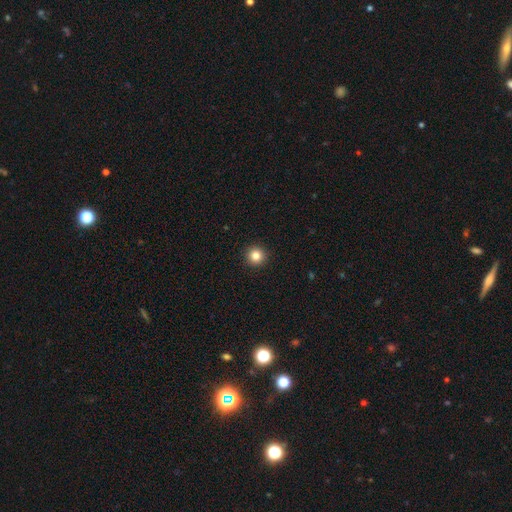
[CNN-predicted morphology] This is clearly a smooth galaxy (84%). How rounded: clearly round (96%). Merging: clearly none (94%).